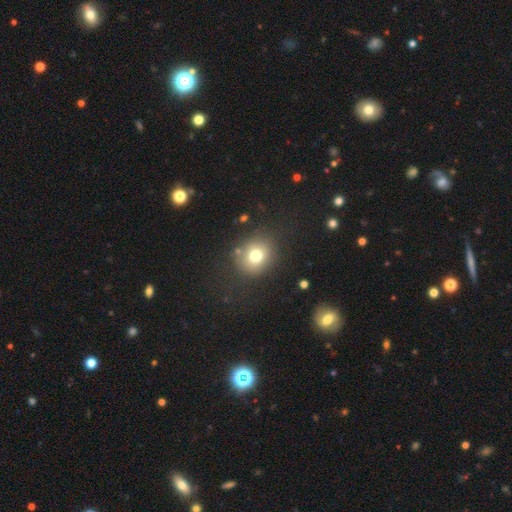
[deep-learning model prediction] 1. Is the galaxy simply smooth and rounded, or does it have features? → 74% smooth, 13% star or artifact, 13% featured or disk.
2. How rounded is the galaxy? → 74% round, 25% in between, 1% cigar-shaped.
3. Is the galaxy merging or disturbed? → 80% none, 11% minor disturbance, 6% major disturbance, 3% merger.